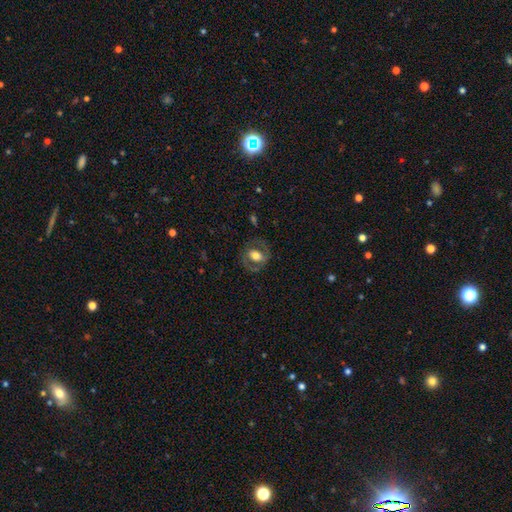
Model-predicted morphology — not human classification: Smooth or featured? featured or disk (55%)
Edge-on disk? no (94%)
Bar? no (48%)
Spiral arms? yes (55%)
Bulge size? moderate (53%)
Merging? none (71%)